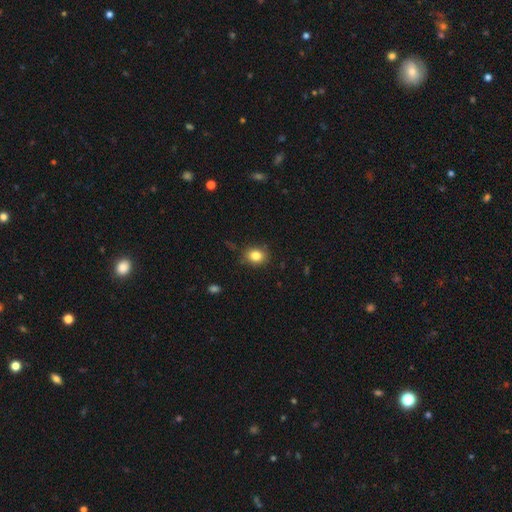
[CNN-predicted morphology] Smooth or featured?
  - smooth: 83% *
  - star or artifact: 11%
  - featured or disk: 7%
How rounded?
  - round: 58% *
  - in between: 41%
  - cigar-shaped: 1%
Merging?
  - none: 84% *
  - minor disturbance: 12%
  - major disturbance: 3%
  - merger: 1%